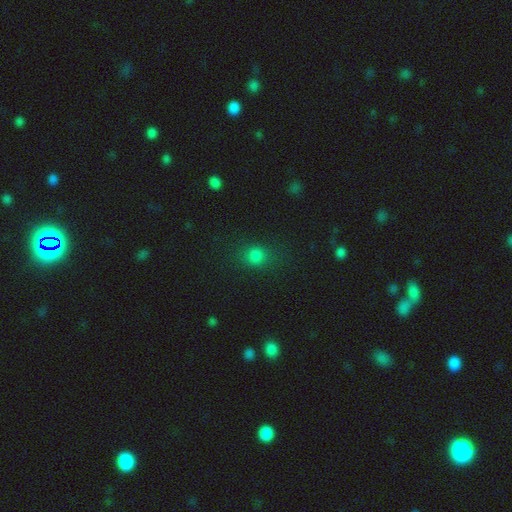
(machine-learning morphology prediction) smooth 78%, star or artifact 16%, featured or disk 5%. Down the decision tree: how rounded — round (72%); merging — none (79%).